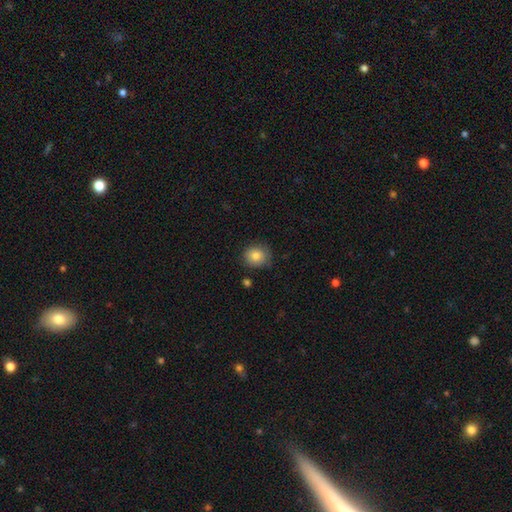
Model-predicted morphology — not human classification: smooth-or-featured: smooth: 82% | star or artifact: 9% | featured or disk: 9%
  how-rounded: round: 84% | in between: 15% | cigar-shaped: 1%
  merging: none: 78% | minor disturbance: 17% | major disturbance: 3% | merger: 2%